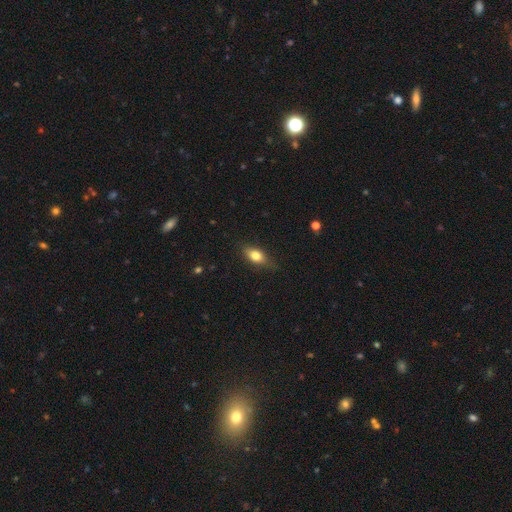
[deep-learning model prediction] Smooth or featured: smooth — 75% (featured or disk — 16%)
How rounded: in between — 80% (round — 10%)
Merging: none — 77% (minor disturbance — 18%)